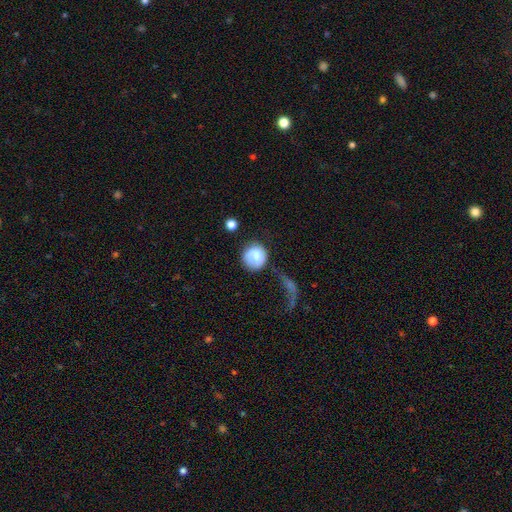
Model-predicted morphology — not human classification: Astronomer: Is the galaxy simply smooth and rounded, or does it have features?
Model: smooth — 63%.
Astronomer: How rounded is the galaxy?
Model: round — 84%.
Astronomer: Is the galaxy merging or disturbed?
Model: none — 58%.